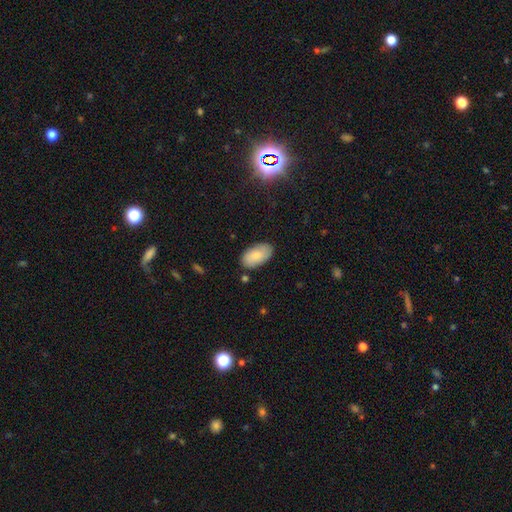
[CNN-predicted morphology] A smooth galaxy with no disk features (84%) that is in between round and cigar-shaped (95%).

Vote fractions:
- Smooth or featured? smooth: 84% / featured or disk: 10% / star or artifact: 6%
- How rounded? in between: 95% / round: 3% / cigar-shaped: 1%
- Merging? none: 82% / minor disturbance: 13% / major disturbance: 3% / merger: 2%